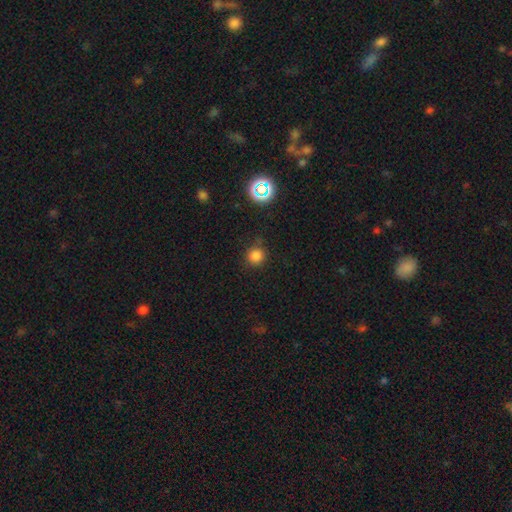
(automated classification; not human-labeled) smooth-or-featured: smooth: 80% | star or artifact: 16% | featured or disk: 4%
  how-rounded: round: 92% | in between: 7% | cigar-shaped: 1%
  merging: none: 82% | minor disturbance: 12% | major disturbance: 4% | merger: 2%